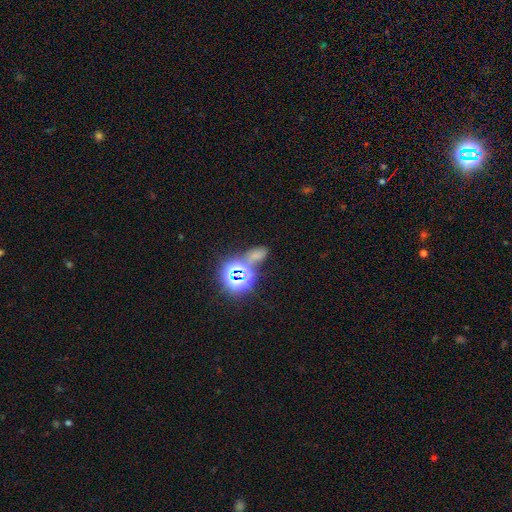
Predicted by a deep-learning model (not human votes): Smooth or featured? Predicted: star or artifact (p=0.50).